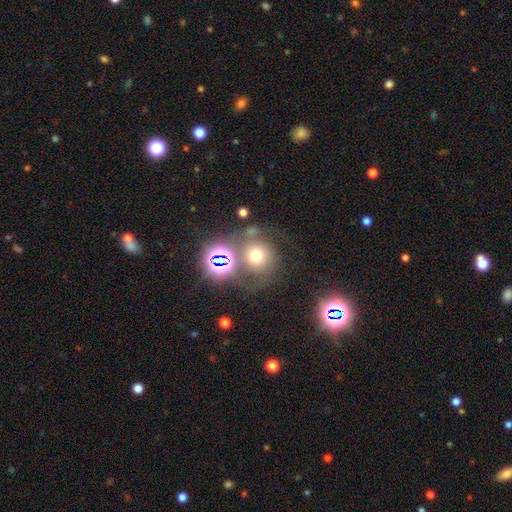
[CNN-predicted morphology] Q: Smooth or featured?
A: smooth (61%); runner-up: star or artifact (24%)
Q: How rounded?
A: round (87%); runner-up: in between (12%)
Q: Merging?
A: none (54%); runner-up: merger (21%)